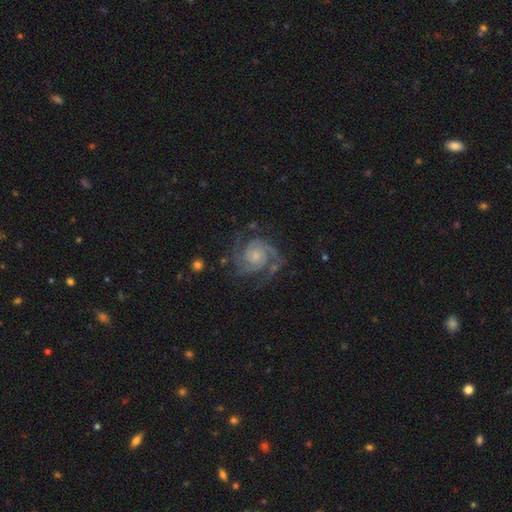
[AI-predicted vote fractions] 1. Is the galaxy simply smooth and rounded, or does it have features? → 92% featured or disk, 4% star or artifact, 4% smooth.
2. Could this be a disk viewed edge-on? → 98% no, 2% yes.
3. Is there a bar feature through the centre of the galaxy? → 71% no, 23% weak, 6% strong.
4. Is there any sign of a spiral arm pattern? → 98% yes, 2% no.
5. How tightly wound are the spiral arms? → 56% tight, 38% medium, 6% loose.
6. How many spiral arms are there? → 58% 2, 24% 3, 6% can't tell, 4% 4, 4% 1, 3% more than 4.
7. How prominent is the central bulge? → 62% small, 27% moderate, 6% none, 3% large, 1% dominant.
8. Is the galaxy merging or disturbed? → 71% none, 17% minor disturbance, 10% major disturbance, 2% merger.